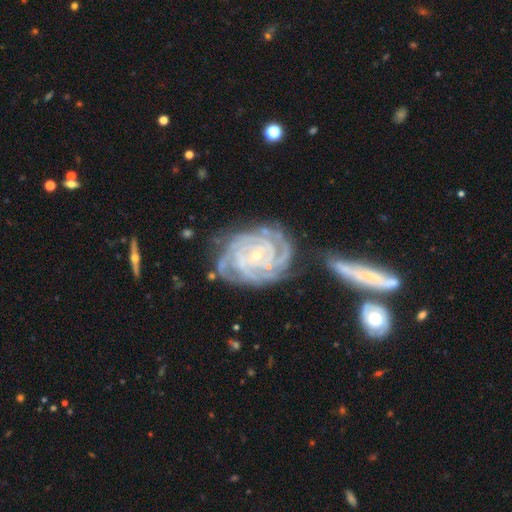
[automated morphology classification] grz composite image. It shows a featured or disk galaxy (90%) with no bar (69%), 4 (28%) tight (82%) spiral arms (98%) and a small central bulge (83%). Merging: none (64%).